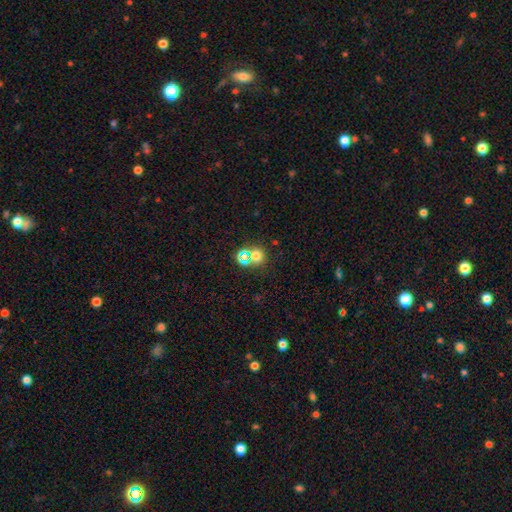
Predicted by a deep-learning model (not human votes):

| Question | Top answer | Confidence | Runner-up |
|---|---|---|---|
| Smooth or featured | smooth | 64% | star or artifact (26%) |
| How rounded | round | 84% | in between (15%) |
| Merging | none | 64% | merger (24%) |